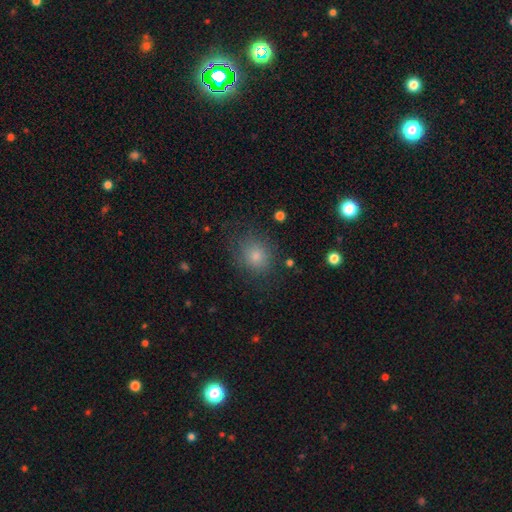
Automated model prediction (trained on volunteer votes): This appears to be a smooth galaxy with no disk features (75%) that is round (74%). Merging: none (78%).